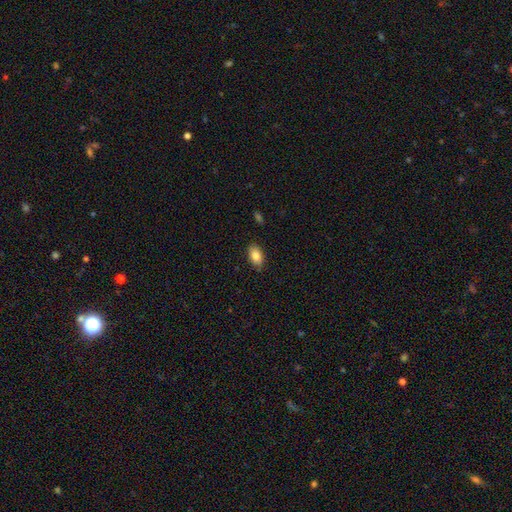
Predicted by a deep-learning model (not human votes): smooth-or-featured: smooth: 85% | star or artifact: 7% | featured or disk: 7%
  how-rounded: in between: 91% | round: 6% | cigar-shaped: 2%
  merging: none: 84% | minor disturbance: 12% | major disturbance: 2% | merger: 1%